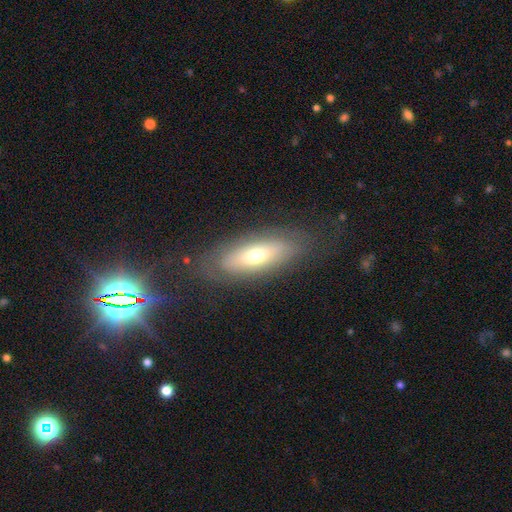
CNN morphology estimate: A smooth galaxy with no disk features (44%). Merging: none (79%).